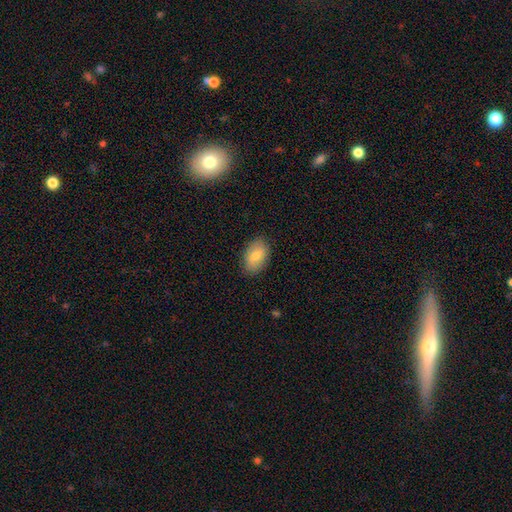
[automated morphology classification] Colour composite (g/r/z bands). It shows a smooth galaxy with no disk features (77%) that is in between round and cigar-shaped (90%). Merging: none (87%).